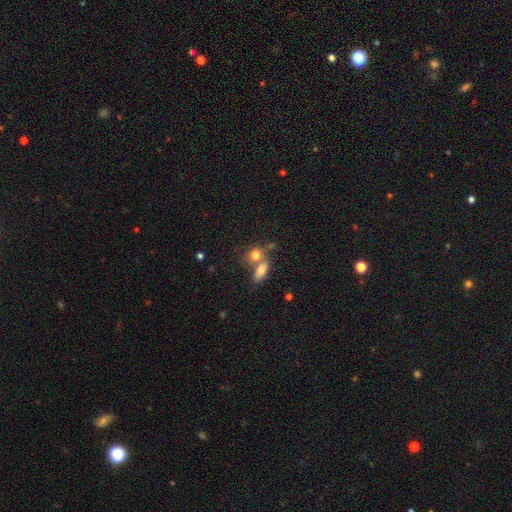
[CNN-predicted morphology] Smooth or featured?
  - smooth: 78% *
  - featured or disk: 12%
  - star or artifact: 10%
How rounded?
  - in between: 53% *
  - round: 44%
  - cigar-shaped: 4%
Merging?
  - merger: 51% *
  - none: 34%
  - minor disturbance: 10%
  - major disturbance: 5%